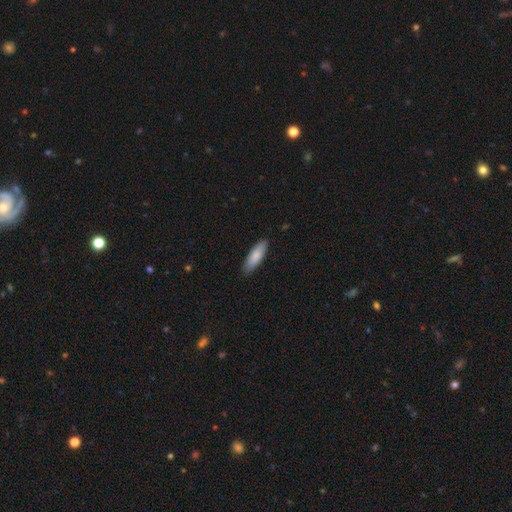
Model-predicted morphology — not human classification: A smooth galaxy with no disk features (85%) that is in between round and cigar-shaped (53%).

Vote fractions:
- Smooth or featured? smooth: 85% / featured or disk: 10% / star or artifact: 5%
- How rounded? in between: 53% / cigar-shaped: 45% / round: 1%
- Merging? none: 88% / minor disturbance: 10% / major disturbance: 2% / merger: 1%